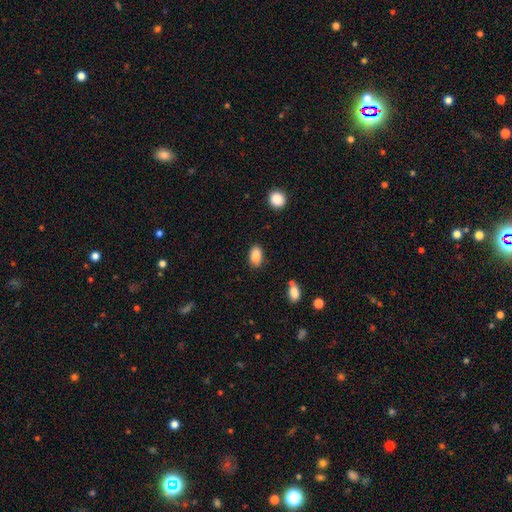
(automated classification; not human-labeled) This is clearly a smooth galaxy (87%). How rounded: clearly in between (87%). Merging: clearly none (85%).